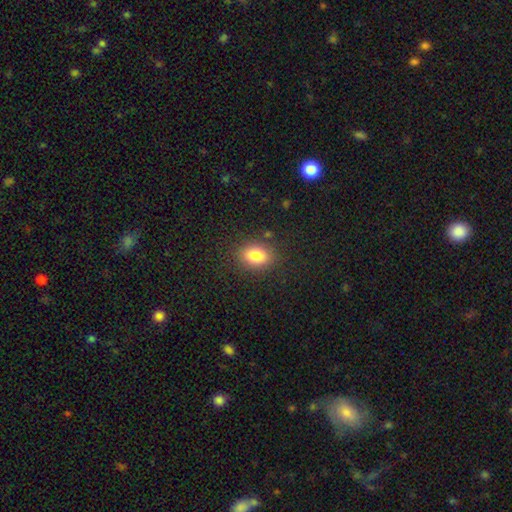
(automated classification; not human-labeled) smooth_or_featured: smooth (p=0.83) [alt: star or artifact p=0.10]
how_rounded: in between (p=0.75) [alt: round p=0.23]
merging: none (p=0.85) [alt: minor disturbance p=0.10]